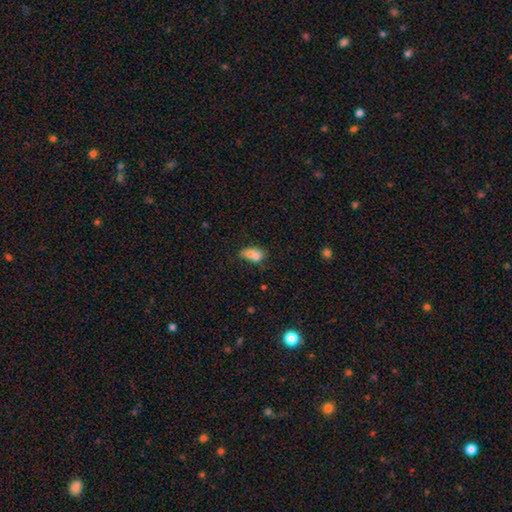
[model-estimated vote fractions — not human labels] A smooth galaxy with no disk features (73%) that is in between round and cigar-shaped (79%). Merging: merger (45%).